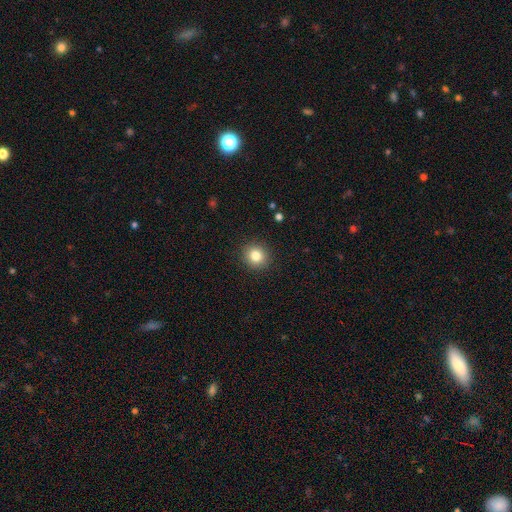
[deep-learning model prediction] The model was most divided on "smooth or featured": smooth: 82%, star or artifact: 11%, featured or disk: 7%. More confident: merging — none (91%); how rounded — round (89%).